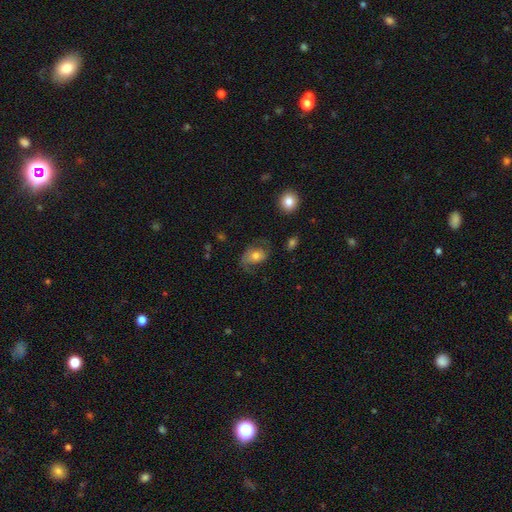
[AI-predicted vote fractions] This appears to be a featured or disk galaxy (48%). Merging: none (54%).